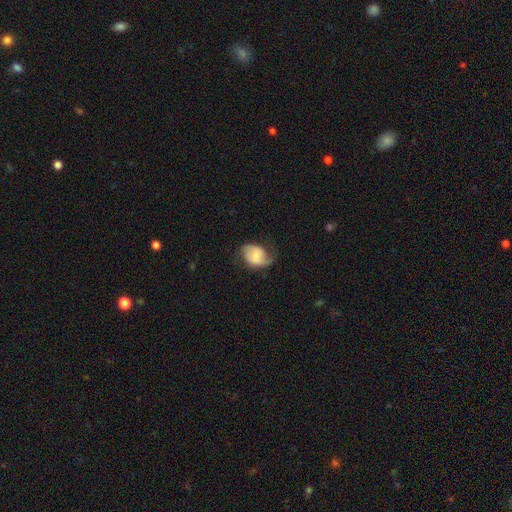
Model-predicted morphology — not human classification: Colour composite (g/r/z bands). It shows a smooth galaxy with no disk features (50%). Merging: none (53%).